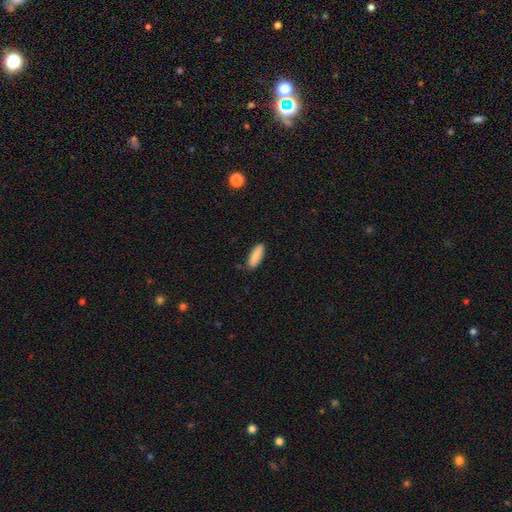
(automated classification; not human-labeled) Smooth or featured: smooth — 88% (star or artifact — 6%)
How rounded: in between — 58% (cigar-shaped — 41%)
Merging: none — 86% (minor disturbance — 10%)